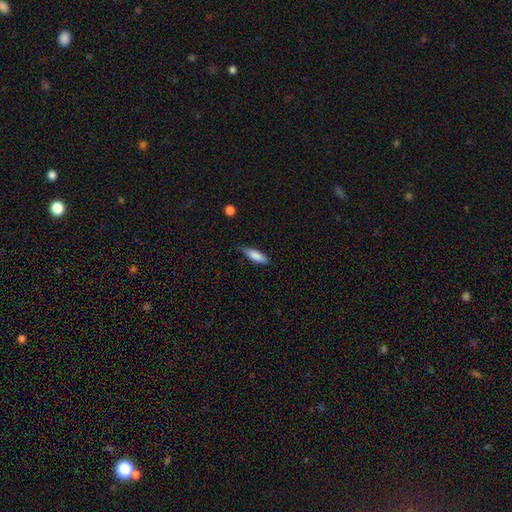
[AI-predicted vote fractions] smooth-or-featured: smooth: 81% | featured or disk: 12% | star or artifact: 6%
  how-rounded: cigar-shaped: 49% (tied) | in between: 49% (tied) | round: 2%
  merging: none: 73% | minor disturbance: 22% | major disturbance: 4% | merger: 2%